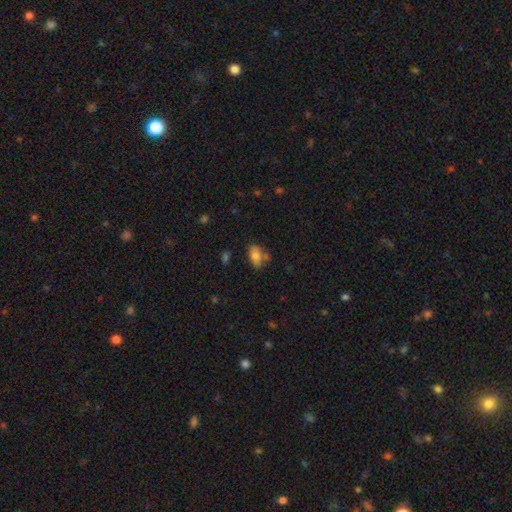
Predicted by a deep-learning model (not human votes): Overall: smooth (76%). How rounded: in between (86%). Merging: none (53%; minor disturbance 23%).